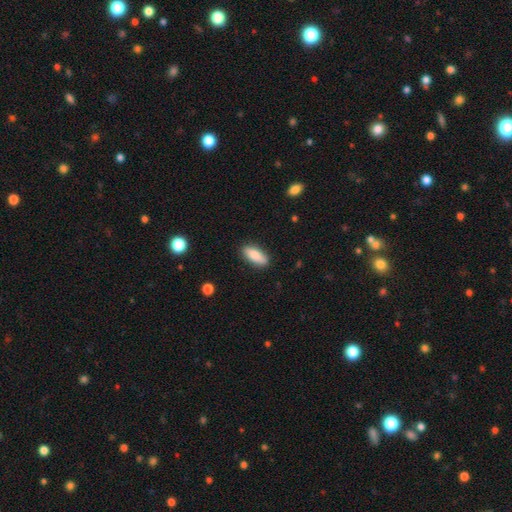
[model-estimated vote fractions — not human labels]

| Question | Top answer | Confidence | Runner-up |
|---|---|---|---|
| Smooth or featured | smooth | 86% | featured or disk (8%) |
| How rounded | in between | 76% | cigar-shaped (22%) |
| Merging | none | 86% | minor disturbance (10%) |